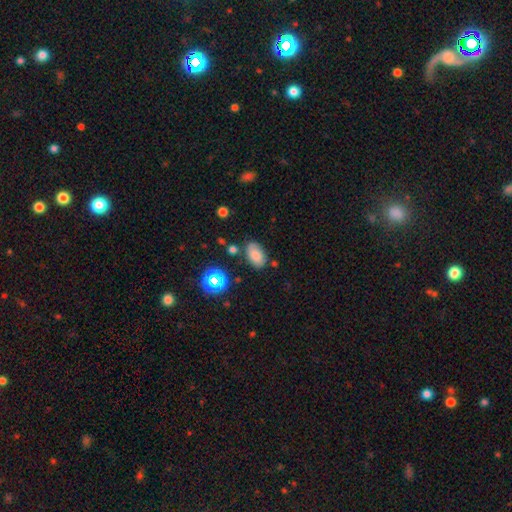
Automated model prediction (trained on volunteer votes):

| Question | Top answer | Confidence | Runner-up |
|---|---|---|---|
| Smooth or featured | smooth | 75% | star or artifact (13%) |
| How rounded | in between | 90% | round (9%) |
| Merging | none | 75% | minor disturbance (17%) |